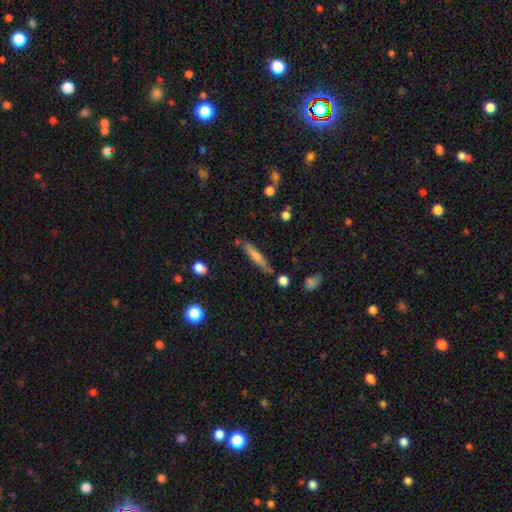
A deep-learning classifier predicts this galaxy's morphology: type=smooth (48%); merging=none (82%).